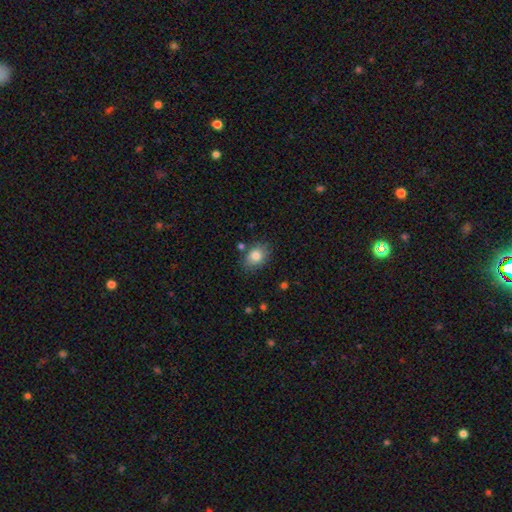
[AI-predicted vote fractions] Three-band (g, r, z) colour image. It shows a smooth galaxy with no disk features (82%) that is in between round and cigar-shaped (70%). Merging: none (77%).